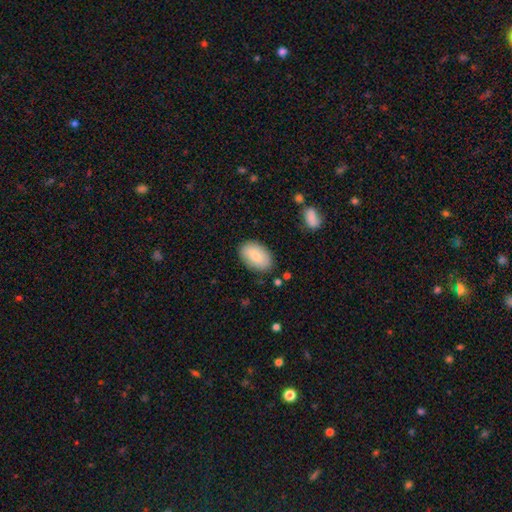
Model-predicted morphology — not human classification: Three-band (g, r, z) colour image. It shows a smooth galaxy with no disk features (79%) that is in between round and cigar-shaped (92%). Merging: none (85%).